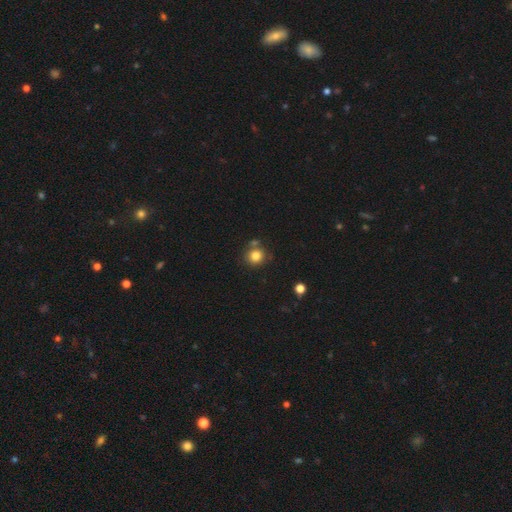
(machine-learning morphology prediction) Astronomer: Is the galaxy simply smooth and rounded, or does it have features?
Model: smooth — 82%.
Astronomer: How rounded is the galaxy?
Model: round — 88%.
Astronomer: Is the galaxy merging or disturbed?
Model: none — 73%.